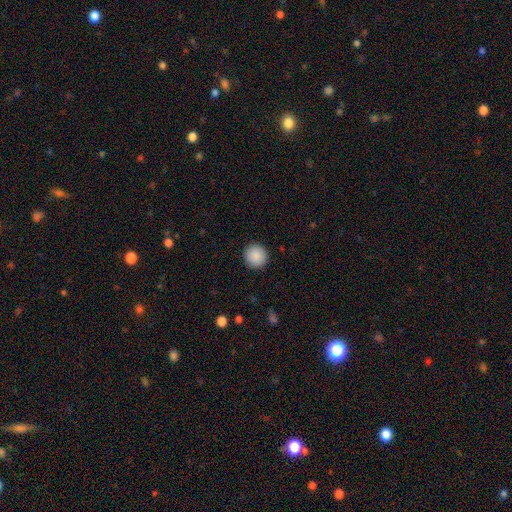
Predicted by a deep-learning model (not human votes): A smooth galaxy with no disk features (89%) that is round (96%). Merging: none (93%).